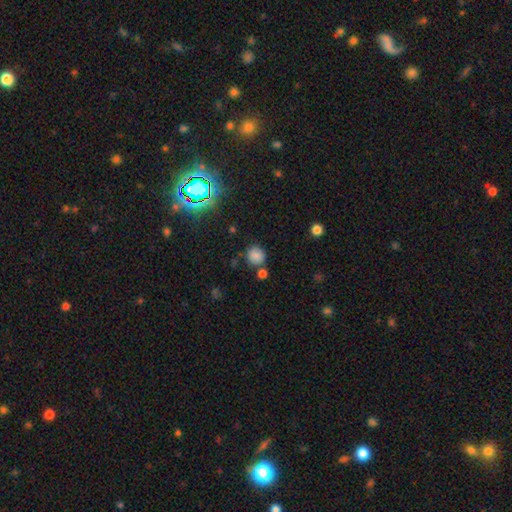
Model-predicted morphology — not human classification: Smooth or featured?
  - smooth: 80% *
  - star or artifact: 14%
  - featured or disk: 6%
How rounded?
  - round: 85% *
  - in between: 14%
  - cigar-shaped: 1%
Merging?
  - none: 74% *
  - minor disturbance: 12%
  - merger: 11%
  - major disturbance: 4%